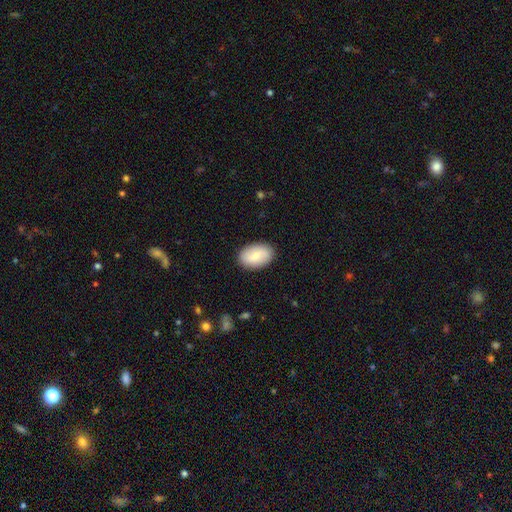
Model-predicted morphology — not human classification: Smooth or featured? smooth (74%)
How rounded? in between (90%)
Merging? none (88%)